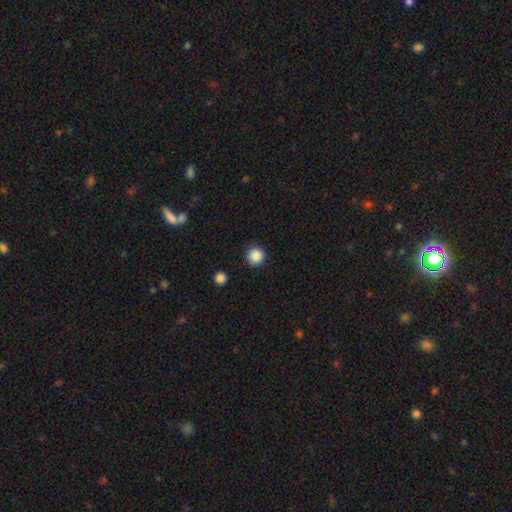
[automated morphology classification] The model was most divided on "smooth or featured": smooth: 88%, star or artifact: 10%, featured or disk: 3%. More confident: how rounded — round (95%); merging — none (90%).